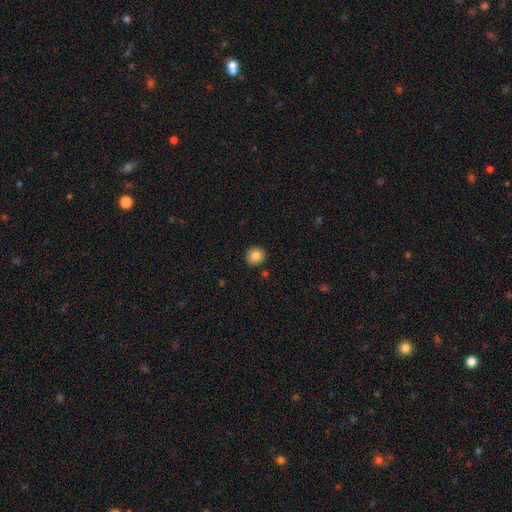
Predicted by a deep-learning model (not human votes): A smooth galaxy with no disk features (83%) that is round (90%). Merging: none (89%).